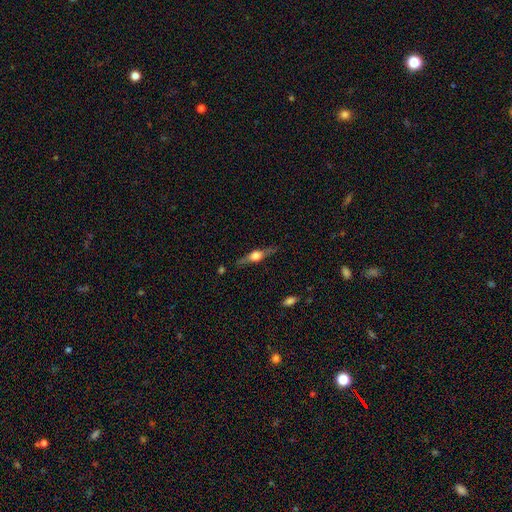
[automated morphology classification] smooth_or_featured: featured or disk (p=0.69) [alt: smooth p=0.24]
disk_edge_on: yes (p=0.96) [alt: no p=0.04]
edge_on_bulge: rounded (p=0.93) [alt: boxy p=0.06]
merging: none (p=0.82) [alt: minor disturbance p=0.13]